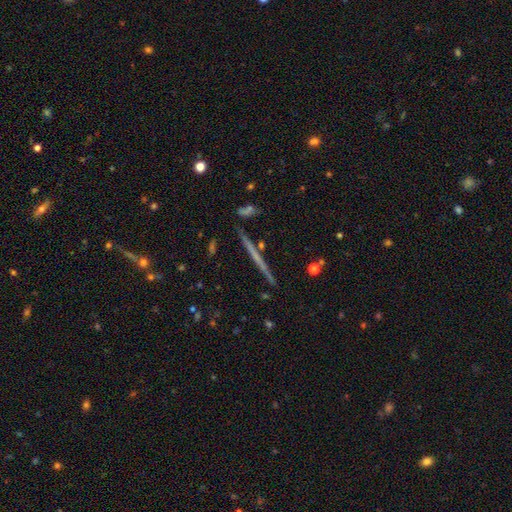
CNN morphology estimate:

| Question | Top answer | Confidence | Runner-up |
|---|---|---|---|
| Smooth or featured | featured or disk | 63% | smooth (29%) |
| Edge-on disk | yes | 98% | no (2%) |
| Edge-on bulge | none | 81% | rounded (14%) |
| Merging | none | 91% | minor disturbance (6%) |